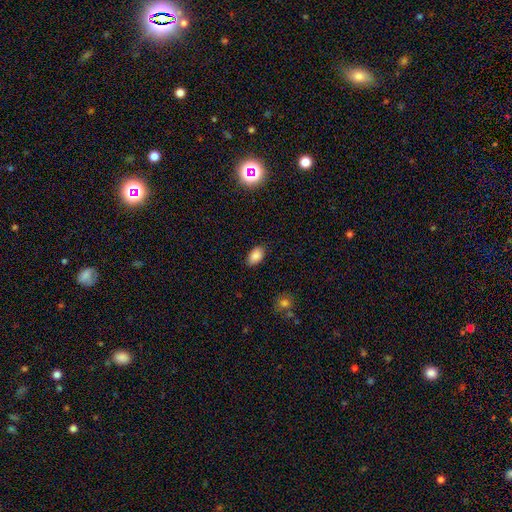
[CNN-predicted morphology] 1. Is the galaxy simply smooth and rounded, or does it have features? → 87% smooth, 8% star or artifact, 5% featured or disk.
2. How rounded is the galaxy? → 91% in between, 8% round, 1% cigar-shaped.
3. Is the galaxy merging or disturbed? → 85% none, 11% minor disturbance, 2% major disturbance, 1% merger.